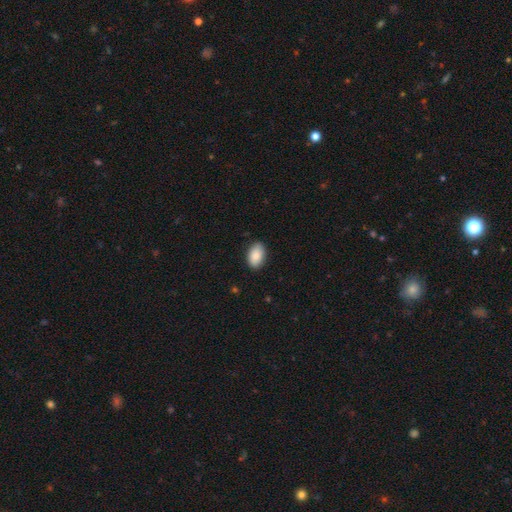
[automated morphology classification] Overall: smooth (89%). How rounded: in between (92%). Merging: none (87%).